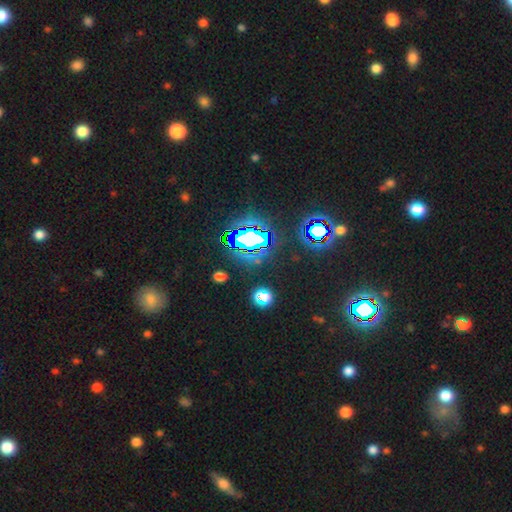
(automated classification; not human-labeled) Overall: star or artifact (79%).